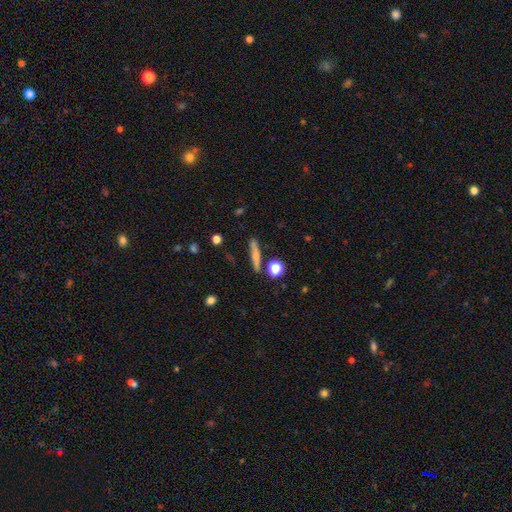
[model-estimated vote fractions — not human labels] This is possibly a smooth galaxy (56%). How rounded: clearly cigar-shaped (84%). Merging: clearly none (81%).